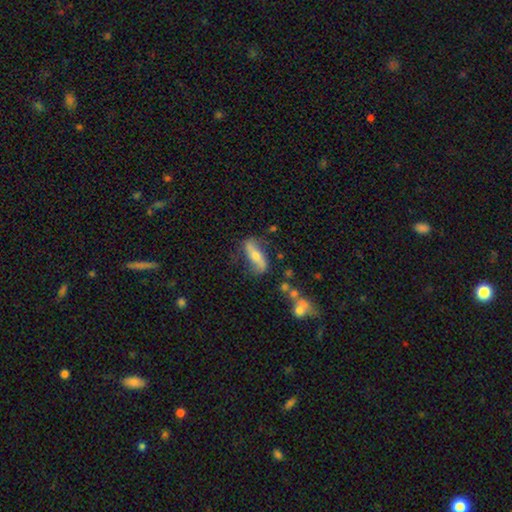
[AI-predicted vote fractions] The model was most divided on "smooth or featured": featured or disk: 49%, smooth: 44%, star or artifact: 7%. More confident: merging — none (70%).